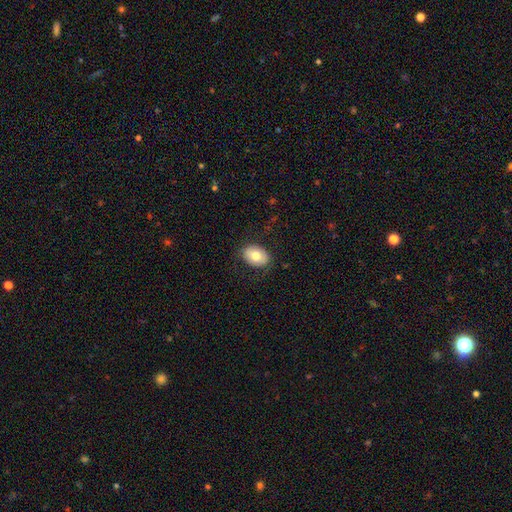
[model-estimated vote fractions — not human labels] This appears to be a smooth galaxy with no disk features (77%) that is in between round and cigar-shaped (79%). Merging: none (83%).